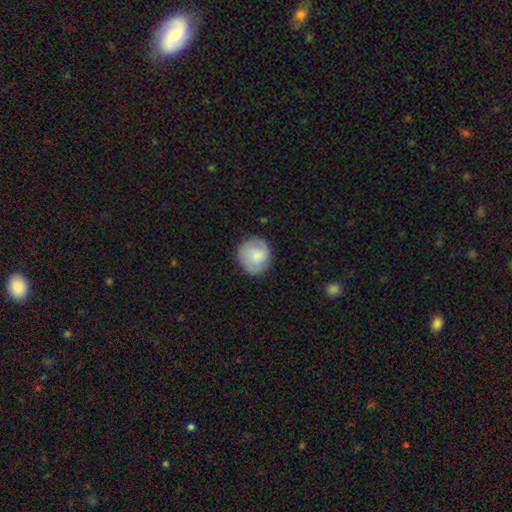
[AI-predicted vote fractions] Smooth or featured: smooth — 74% (featured or disk — 20%)
How rounded: round — 88% (in between — 11%)
Merging: none — 81% (minor disturbance — 14%)